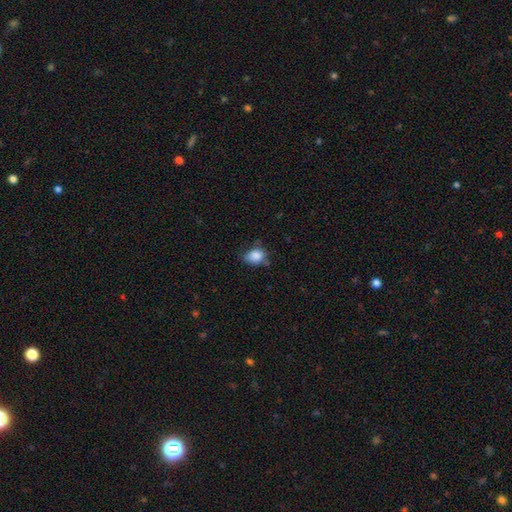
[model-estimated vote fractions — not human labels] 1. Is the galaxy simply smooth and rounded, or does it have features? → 85% smooth, 9% star or artifact, 6% featured or disk.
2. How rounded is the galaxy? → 60% in between, 39% round, 1% cigar-shaped.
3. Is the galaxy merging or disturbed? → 57% none, 33% minor disturbance, 8% major disturbance, 3% merger.